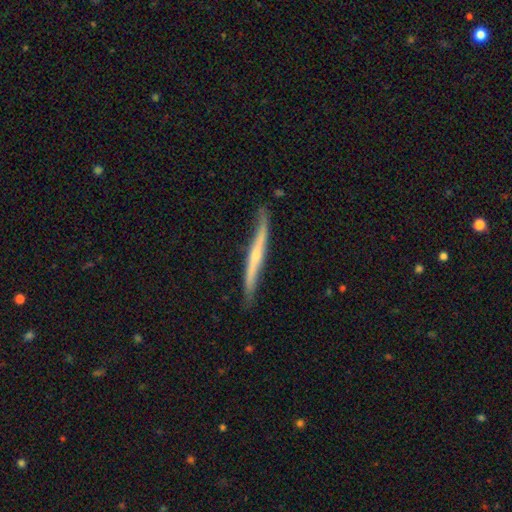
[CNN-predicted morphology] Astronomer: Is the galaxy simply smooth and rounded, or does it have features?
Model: featured or disk — 69%.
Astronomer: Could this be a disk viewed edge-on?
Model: yes — 91%.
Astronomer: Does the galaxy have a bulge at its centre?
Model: rounded — 48% (runner-up: none, 45%).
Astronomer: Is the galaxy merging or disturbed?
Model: none — 74%.